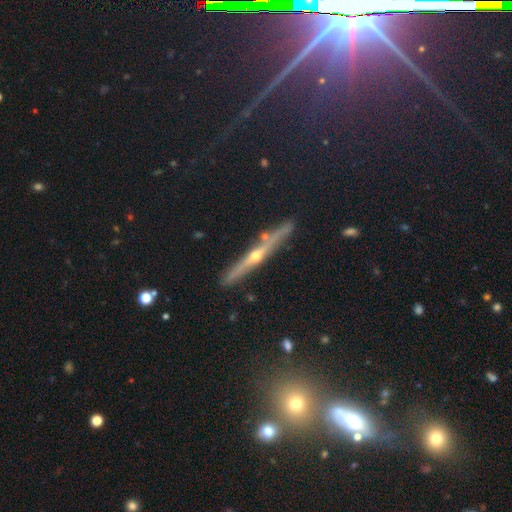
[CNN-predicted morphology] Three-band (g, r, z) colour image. It shows a featured or disk galaxy (76%) viewed edge-on (97%) with a rounded central bulge (86%). Merging: none (84%).